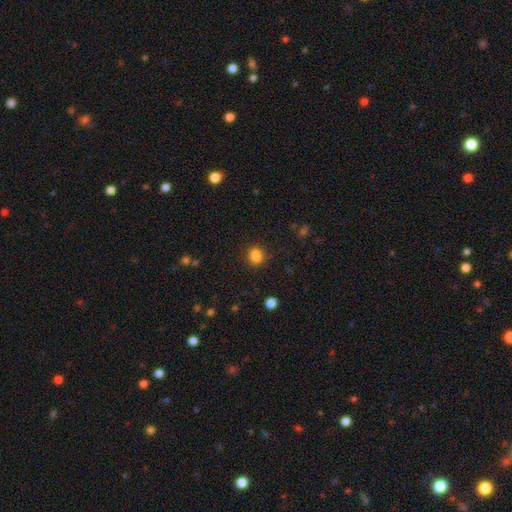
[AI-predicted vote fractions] Smooth or featured?
  - smooth: 82% *
  - star or artifact: 13%
  - featured or disk: 5%
How rounded?
  - round: 57% *
  - in between: 42%
  - cigar-shaped: 1%
Merging?
  - none: 70% *
  - minor disturbance: 14%
  - merger: 12%
  - major disturbance: 4%